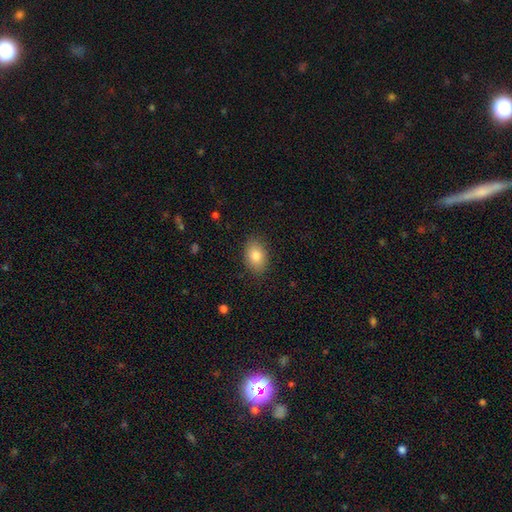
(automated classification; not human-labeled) A smooth galaxy with no disk features (82%) that is in between round and cigar-shaped (81%). Merging: none (86%).